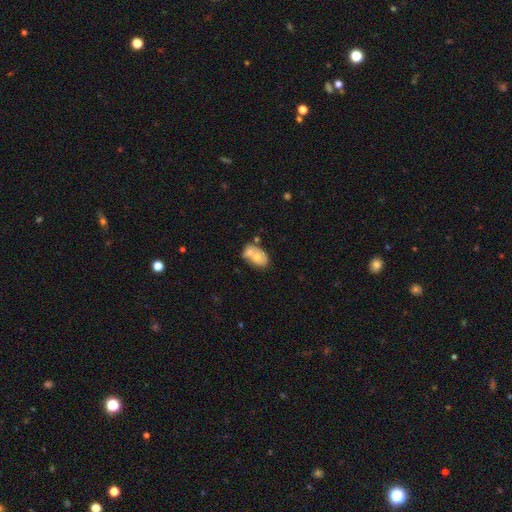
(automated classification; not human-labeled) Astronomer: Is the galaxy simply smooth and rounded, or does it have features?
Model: smooth — 59%.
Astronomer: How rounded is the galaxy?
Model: in between — 83%.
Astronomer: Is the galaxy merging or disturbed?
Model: merger — 49% (runner-up: none, 28%).